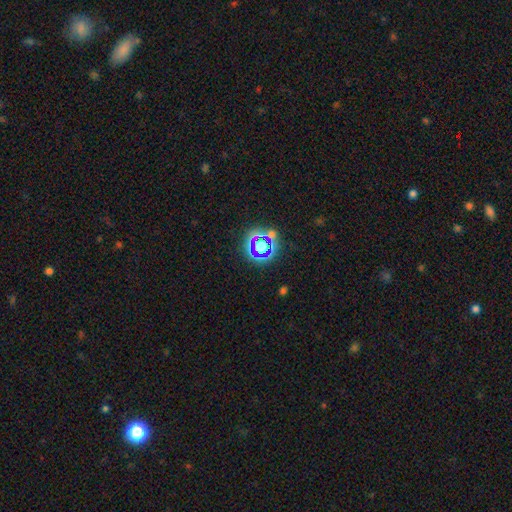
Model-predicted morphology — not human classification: A star or artifact, not a galaxy (69%).